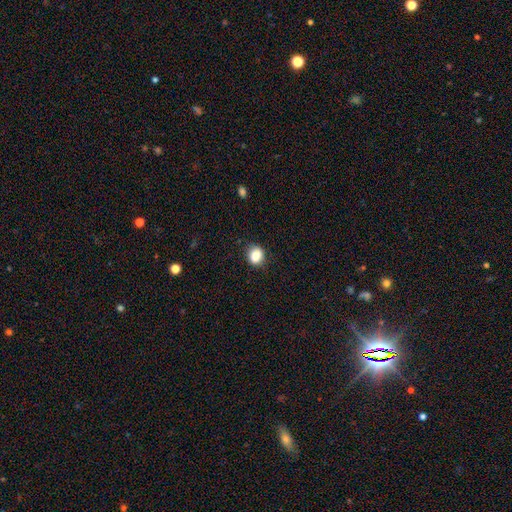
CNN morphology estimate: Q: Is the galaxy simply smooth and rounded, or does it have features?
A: smooth — 86%.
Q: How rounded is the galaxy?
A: round — 59%.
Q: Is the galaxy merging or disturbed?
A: none — 83%.